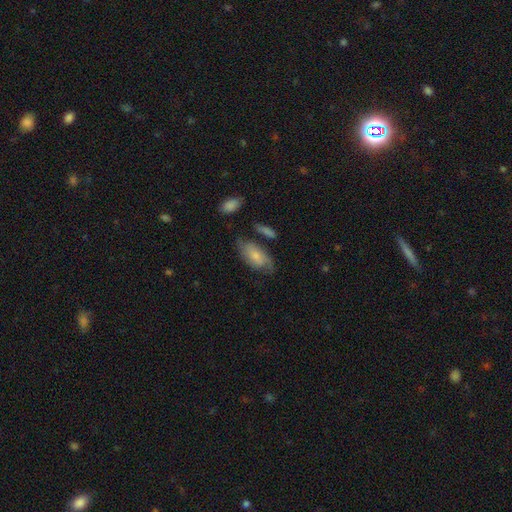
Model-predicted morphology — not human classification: The model was most divided on "smooth or featured": smooth: 55%, featured or disk: 38%, star or artifact: 7%. More confident: how rounded — in between (90%); merging — none (55%).